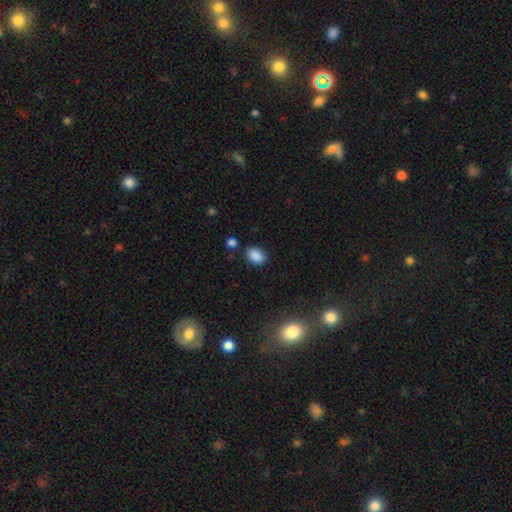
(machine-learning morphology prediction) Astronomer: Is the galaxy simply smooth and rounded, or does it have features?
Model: smooth — 87%.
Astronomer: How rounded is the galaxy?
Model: in between — 82%.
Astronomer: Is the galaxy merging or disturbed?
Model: none — 81%.